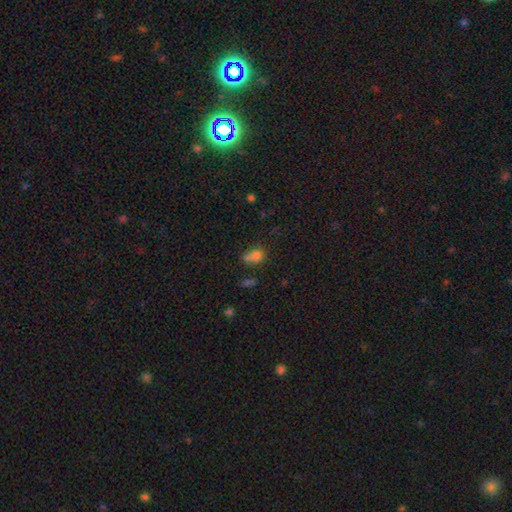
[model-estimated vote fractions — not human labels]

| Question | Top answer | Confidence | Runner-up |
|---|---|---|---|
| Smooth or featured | smooth | 73% | star or artifact (14%) |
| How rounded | round | 60% | in between (39%) |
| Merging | merger | 48% | none (34%) |